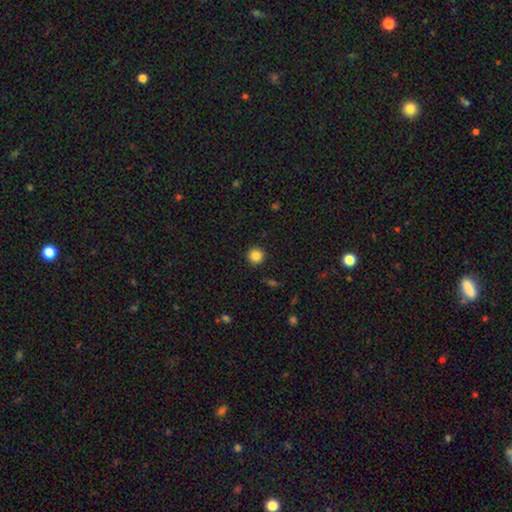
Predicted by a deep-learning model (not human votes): This is clearly a smooth galaxy (85%). How rounded: clearly round (95%). Merging: clearly none (92%).